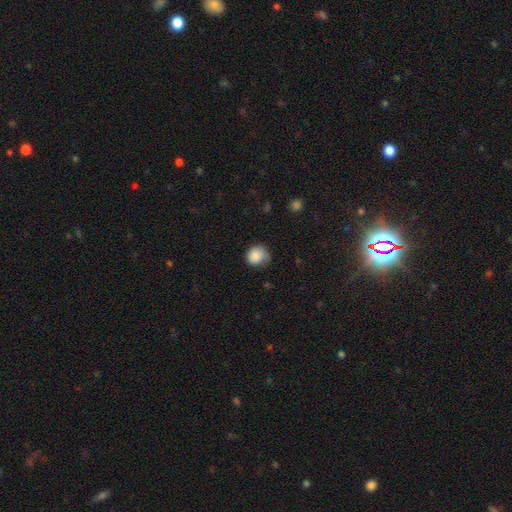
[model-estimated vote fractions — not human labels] Smooth or featured? Predicted: smooth (p=0.87). How rounded? Predicted: round (p=0.82). Merging? Predicted: none (p=0.63).